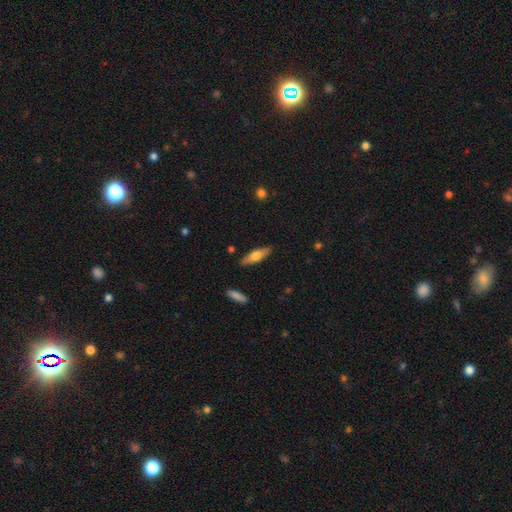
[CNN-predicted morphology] type=smooth (56%); roundness=cigar-shaped (60%); merging=none (88%).